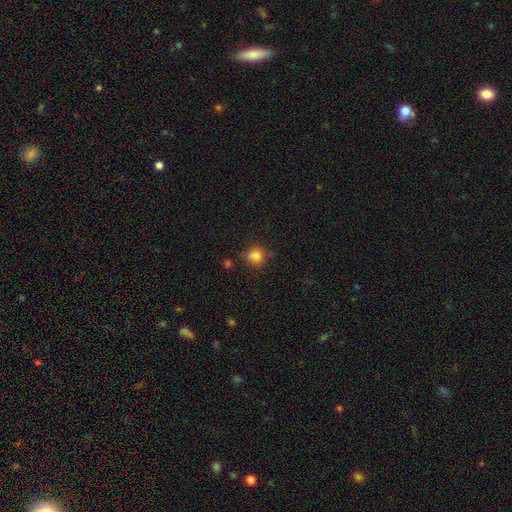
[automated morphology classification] Smooth or featured? Predicted: smooth (p=0.81). How rounded? Predicted: round (p=0.77). Merging? Predicted: none (p=0.68).